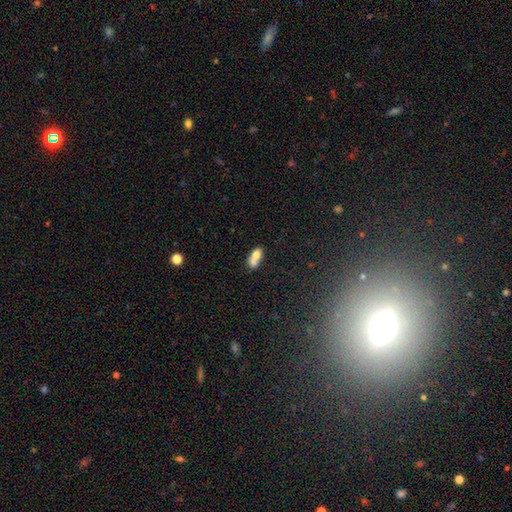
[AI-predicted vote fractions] Morphology: type=smooth (68%); roundness=in between (74%); merging=merger (68%).